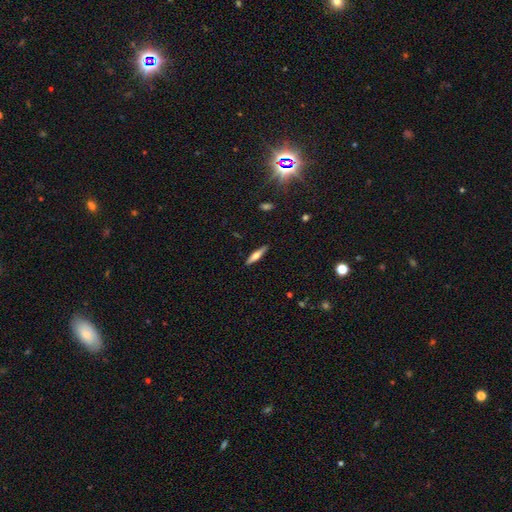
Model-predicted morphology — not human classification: A featured or disk galaxy (48%).

Vote fractions:
- Smooth or featured? featured or disk: 48% / smooth: 45% / star or artifact: 6%
- Merging? none: 90% / minor disturbance: 7% / major disturbance: 2% / merger: 1%